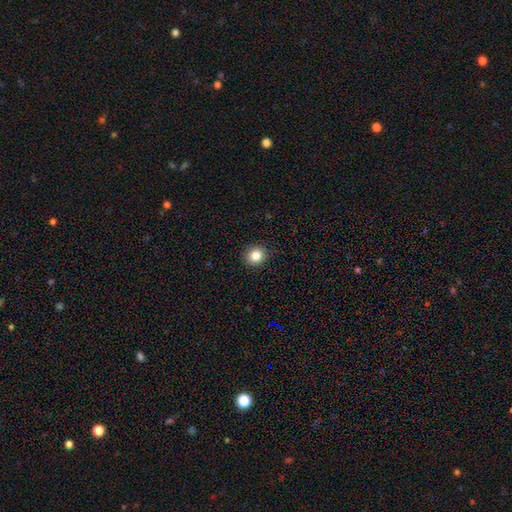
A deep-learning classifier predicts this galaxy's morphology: A smooth galaxy with no disk features (84%) that is round (80%).

Vote fractions:
- Smooth or featured? smooth: 84% / star or artifact: 11% / featured or disk: 5%
- How rounded? round: 80% / in between: 19% / cigar-shaped: 1%
- Merging? none: 91% / minor disturbance: 7% / major disturbance: 2% / merger: 1%